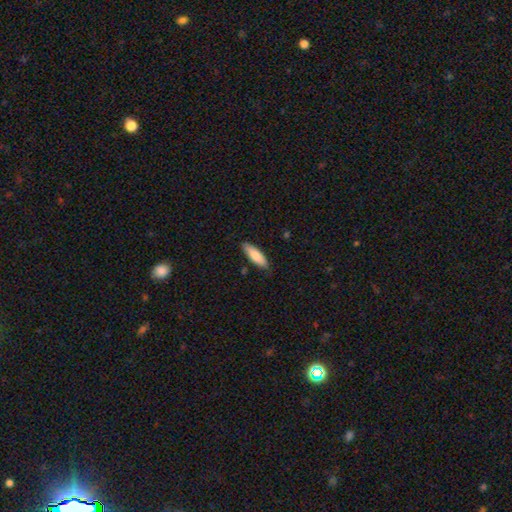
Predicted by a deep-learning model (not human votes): This appears to be a smooth galaxy with no disk features (83%) that is cigar-shaped (51%). Merging: none (82%).